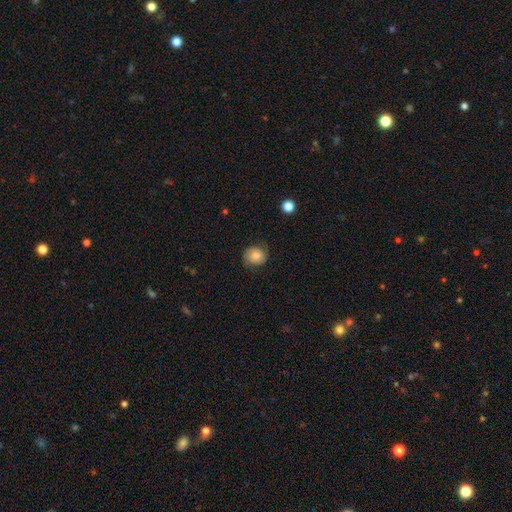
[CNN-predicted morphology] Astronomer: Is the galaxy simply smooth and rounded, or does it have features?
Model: smooth — 72%.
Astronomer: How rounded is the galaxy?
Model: round — 77%.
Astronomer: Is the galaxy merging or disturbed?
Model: none — 75%.